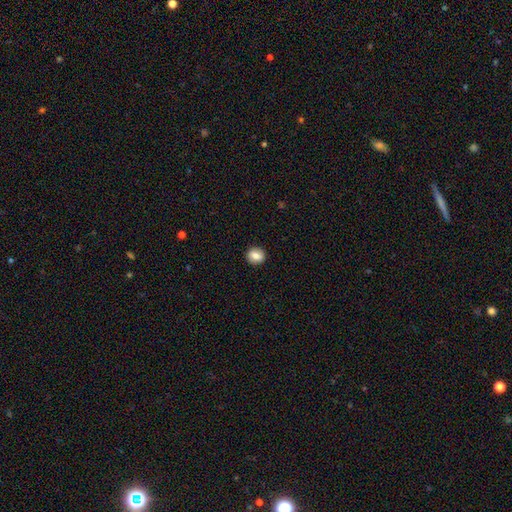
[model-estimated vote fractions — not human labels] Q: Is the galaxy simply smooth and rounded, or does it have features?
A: smooth — 78%.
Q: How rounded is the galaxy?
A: round — 77%.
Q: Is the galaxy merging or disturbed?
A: none — 90%.